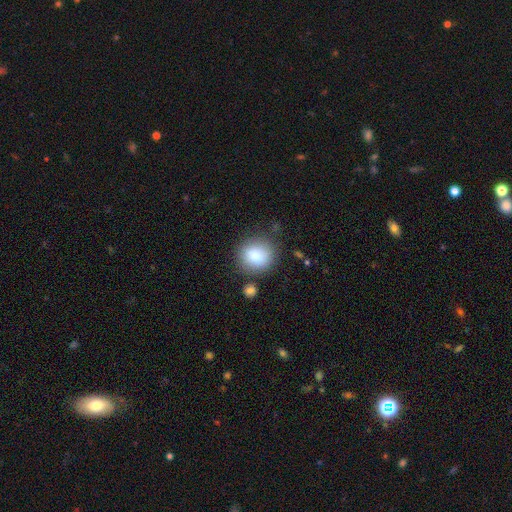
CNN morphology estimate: Smooth or featured? smooth (86%)
How rounded? round (82%)
Merging? none (76%)